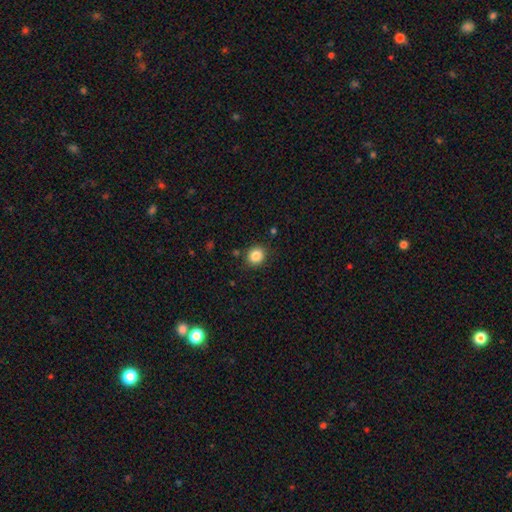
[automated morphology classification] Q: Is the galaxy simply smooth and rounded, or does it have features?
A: smooth — 85%.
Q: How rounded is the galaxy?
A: round — 81%.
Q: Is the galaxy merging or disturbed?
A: none — 88%.